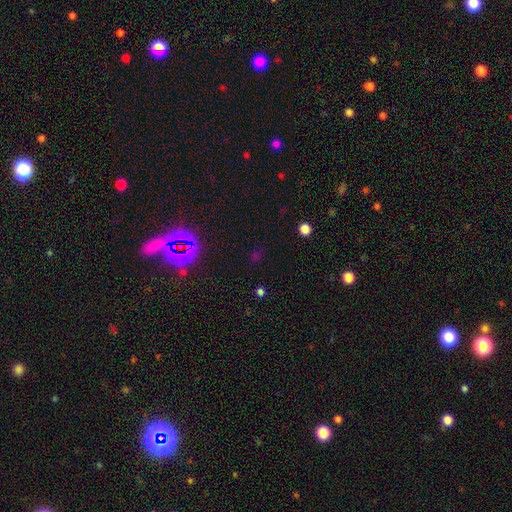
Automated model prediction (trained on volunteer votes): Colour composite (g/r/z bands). It shows a star or artifact, not a galaxy (61%).